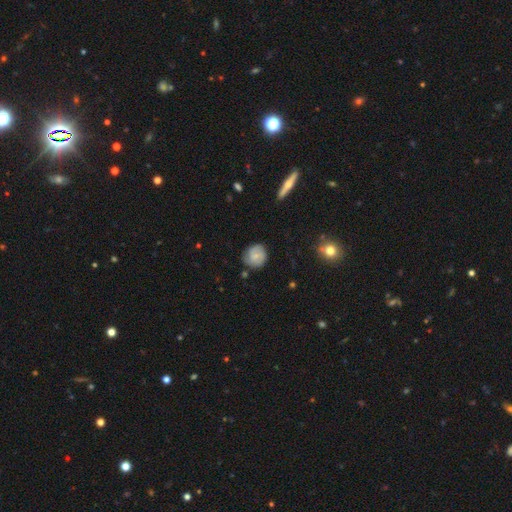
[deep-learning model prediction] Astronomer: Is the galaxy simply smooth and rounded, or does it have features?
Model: smooth — 55% (runner-up: featured or disk, 37%).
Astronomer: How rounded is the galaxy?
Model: round — 84%.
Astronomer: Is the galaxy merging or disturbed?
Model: none — 71%.